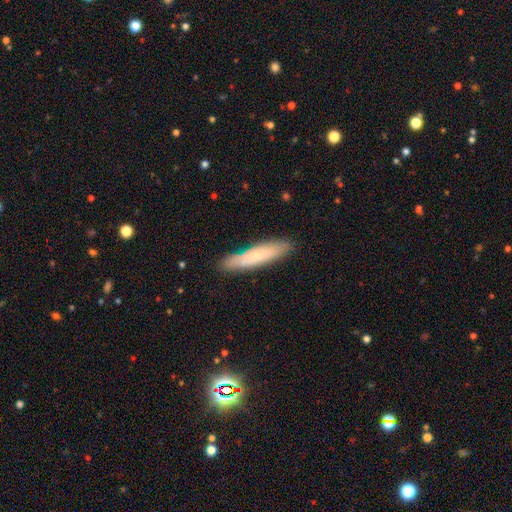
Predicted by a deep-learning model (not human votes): Overall: smooth (66%; featured or disk 27%). How rounded: cigar-shaped (84%). Merging: none (86%).